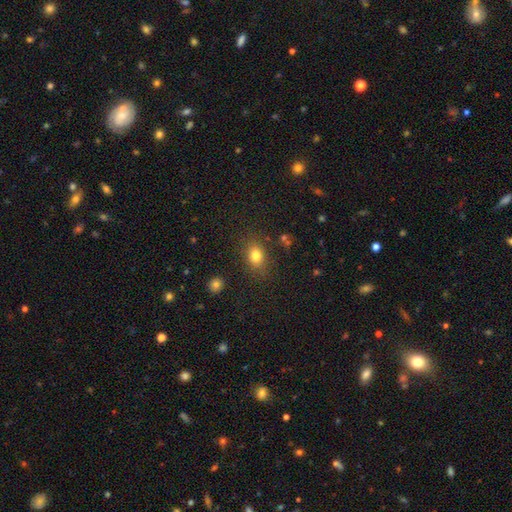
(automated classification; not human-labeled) The model was most divided on "how rounded": in between: 68%, round: 30%, cigar-shaped: 2%. More confident: merging — none (81%); smooth or featured — smooth (80%).